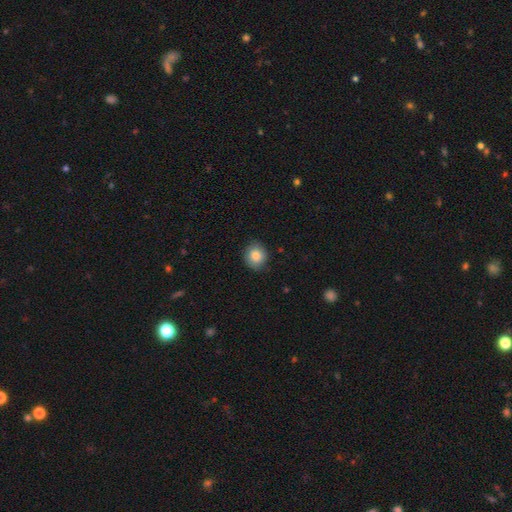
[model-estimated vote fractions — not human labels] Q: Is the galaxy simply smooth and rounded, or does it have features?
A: smooth — 85%.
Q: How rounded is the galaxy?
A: round — 77%.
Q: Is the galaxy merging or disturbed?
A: none — 87%.